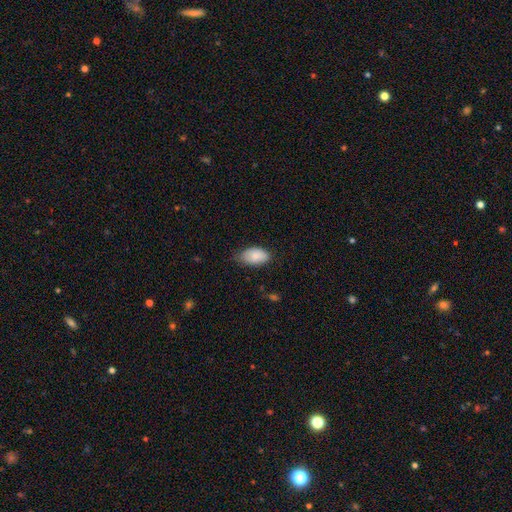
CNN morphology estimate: smooth 87%, featured or disk 7%, star or artifact 6%. Down the decision tree: how rounded — in between (94%); merging — none (61%).